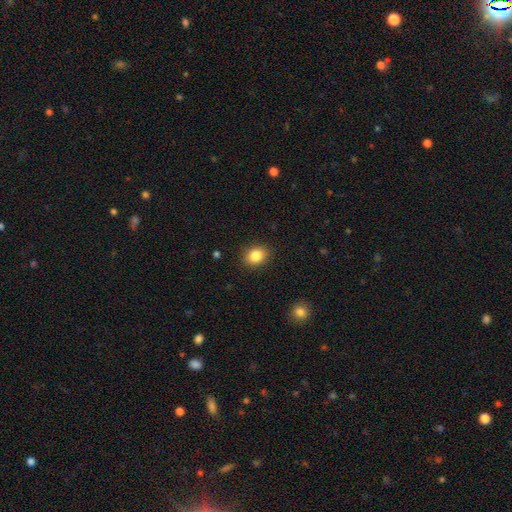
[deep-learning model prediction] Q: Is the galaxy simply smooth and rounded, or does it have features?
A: smooth — 85%.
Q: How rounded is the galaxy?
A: in between — 55%.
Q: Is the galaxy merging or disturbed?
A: none — 89%.